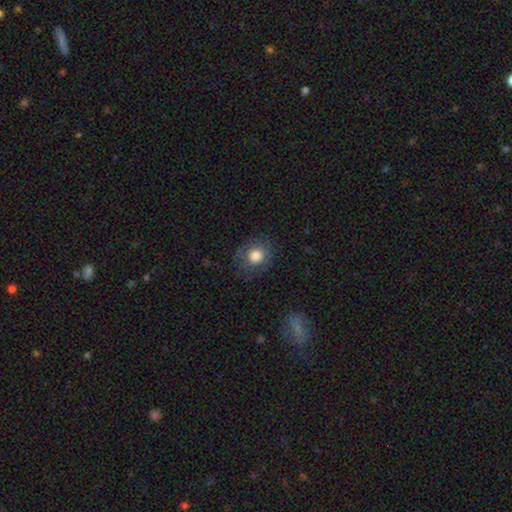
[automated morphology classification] A smooth galaxy with no disk features (81%) that is round (77%). Merging: none (80%).